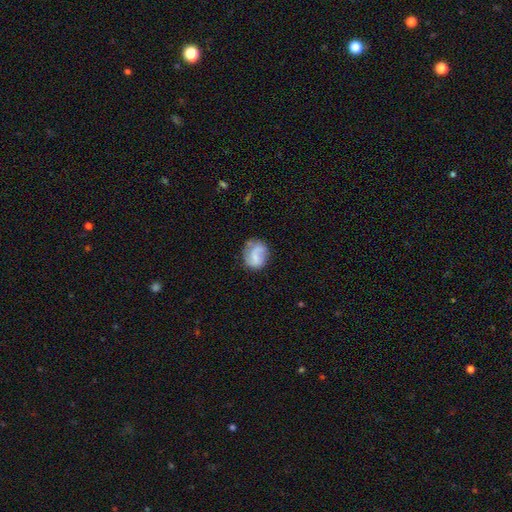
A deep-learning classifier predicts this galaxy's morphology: A smooth galaxy with no disk features (55%) that is round (68%). Merging: none (59%).